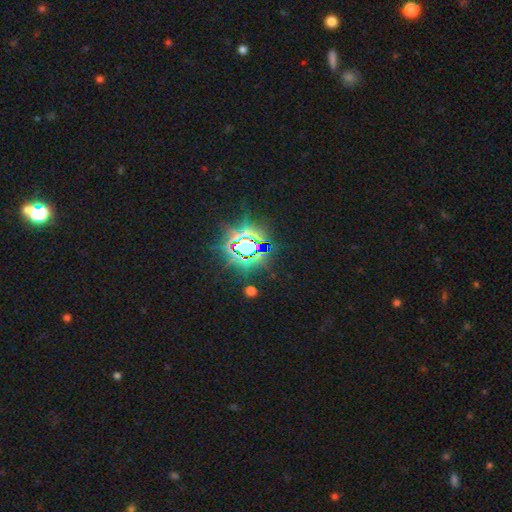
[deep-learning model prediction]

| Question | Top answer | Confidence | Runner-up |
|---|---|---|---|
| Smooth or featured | star or artifact | 78% | smooth (13%) |